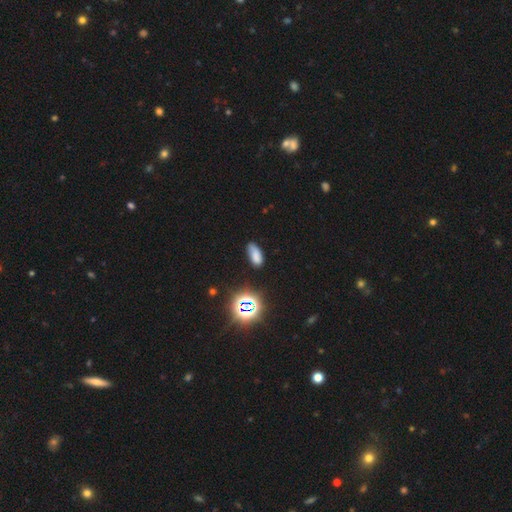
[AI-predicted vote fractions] smooth_or_featured: smooth (p=0.72) [alt: star or artifact p=0.19]
how_rounded: in between (p=0.85) [alt: cigar-shaped p=0.11]
merging: none (p=0.68) [alt: minor disturbance p=0.23]